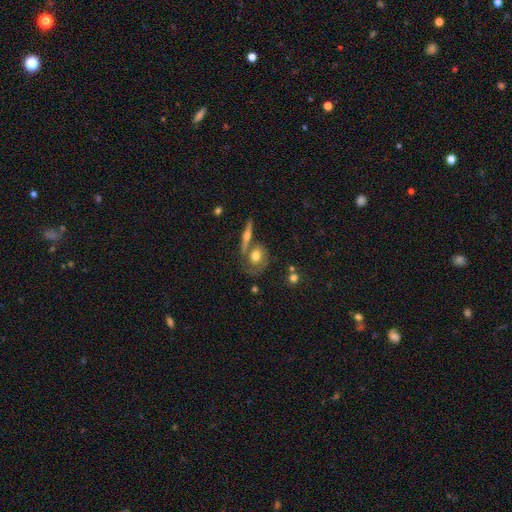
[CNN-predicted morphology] A featured or disk galaxy (47%). Merging: none (55%).